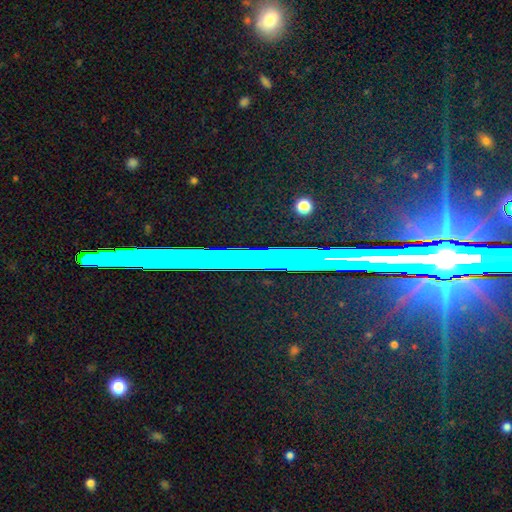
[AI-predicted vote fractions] A star or artifact, not a galaxy (78%).

Vote fractions:
- Smooth or featured? star or artifact: 78% / featured or disk: 13% / smooth: 9%